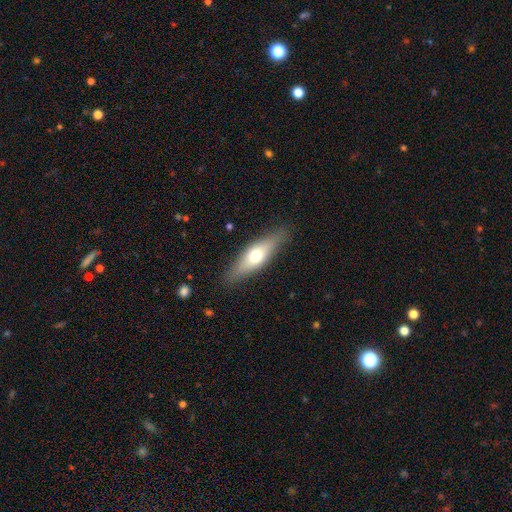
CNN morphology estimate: Q: Smooth or featured?
A: smooth (52%); runner-up: featured or disk (42%)
Q: How rounded?
A: cigar-shaped (61%); runner-up: in between (37%)
Q: Merging?
A: none (87%); runner-up: minor disturbance (10%)